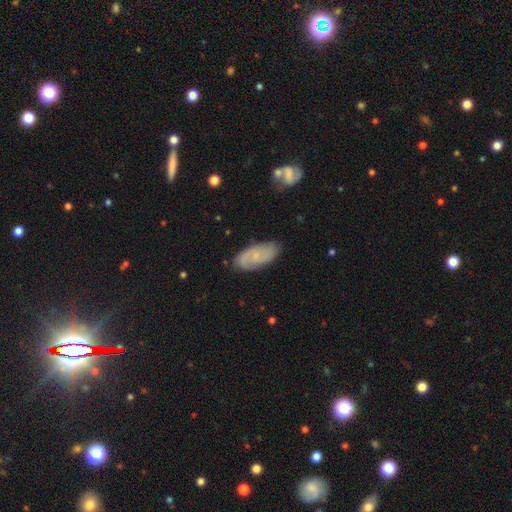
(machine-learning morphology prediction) type=featured or disk (57%); edge-on=no (92%); bar=no (63%); spiral arms=yes (87%); bulge=small (70%); merging=none (79%).